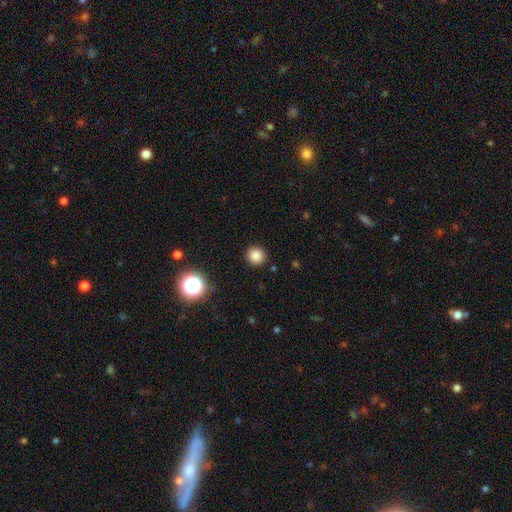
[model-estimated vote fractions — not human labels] Smooth or featured?
  - smooth: 84% *
  - star or artifact: 12%
  - featured or disk: 4%
How rounded?
  - round: 93% *
  - in between: 6%
  - cigar-shaped: 1%
Merging?
  - none: 92% *
  - minor disturbance: 5%
  - major disturbance: 2%
  - merger: 1%